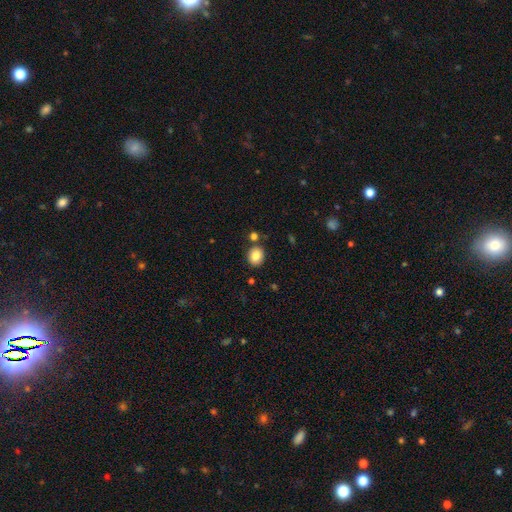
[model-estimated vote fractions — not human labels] Q: Smooth or featured?
A: smooth (84%); runner-up: star or artifact (9%)
Q: How rounded?
A: round (68%); runner-up: in between (31%)
Q: Merging?
A: none (81%); runner-up: minor disturbance (9%)